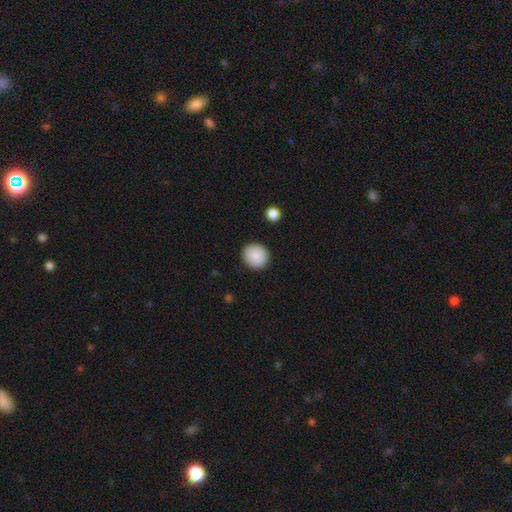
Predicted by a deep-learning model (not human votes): Smooth or featured?
  - smooth: 89% *
  - star or artifact: 7%
  - featured or disk: 3%
How rounded?
  - round: 89% *
  - in between: 10%
  - cigar-shaped: 1%
Merging?
  - none: 91% *
  - minor disturbance: 6%
  - major disturbance: 2%
  - merger: 1%